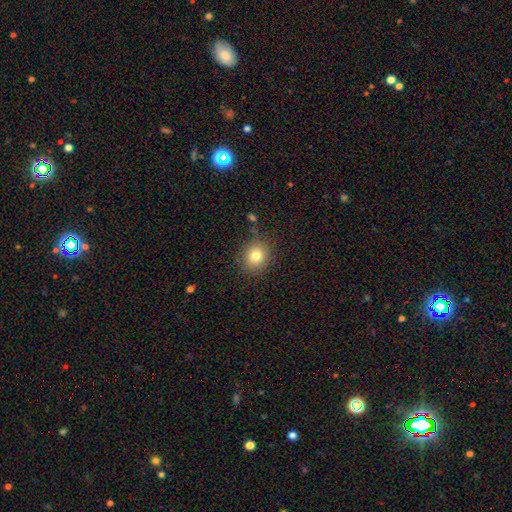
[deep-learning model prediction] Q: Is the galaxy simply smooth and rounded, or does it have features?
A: smooth — 80%.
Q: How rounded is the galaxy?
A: round — 78%.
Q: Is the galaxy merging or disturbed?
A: none — 82%.